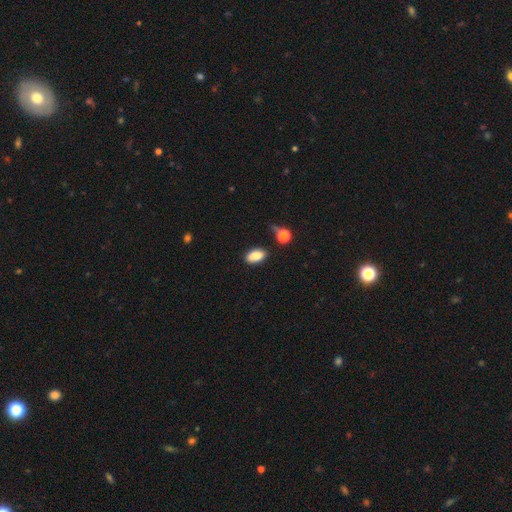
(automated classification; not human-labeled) Smooth or featured?
  - smooth: 86% *
  - star or artifact: 8%
  - featured or disk: 5%
How rounded?
  - in between: 91% *
  - round: 6%
  - cigar-shaped: 3%
Merging?
  - none: 77% *
  - minor disturbance: 14%
  - merger: 5%
  - major disturbance: 4%